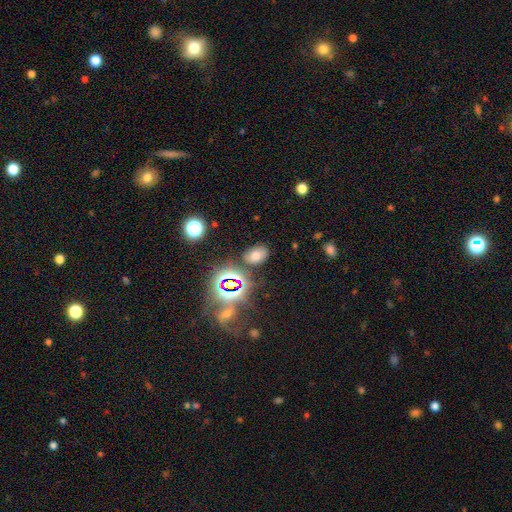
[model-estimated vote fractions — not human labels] This is likely a smooth galaxy (62%). How rounded: clearly in between (82%). Merging: likely none (75%).